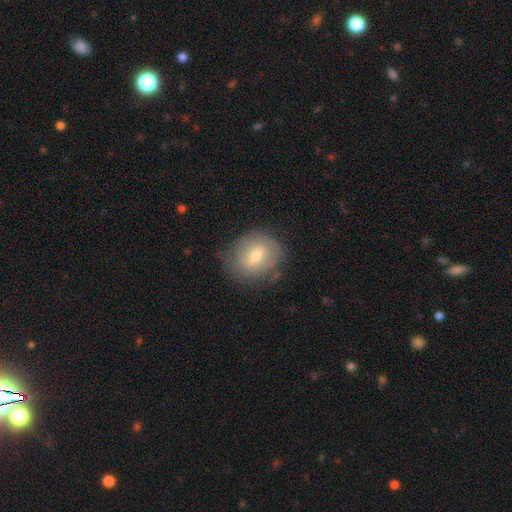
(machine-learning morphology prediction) Smooth or featured? Predicted: smooth (p=0.46, tied with featured or disk). Merging? Predicted: none (p=0.71).